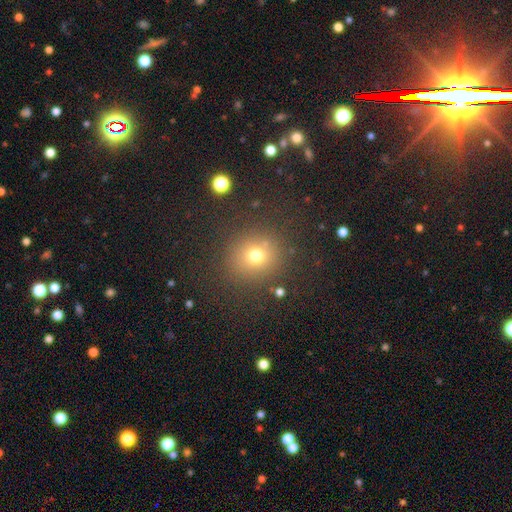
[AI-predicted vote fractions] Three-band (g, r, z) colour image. It shows a smooth galaxy with no disk features (72%) that is round (88%). Merging: none (84%).